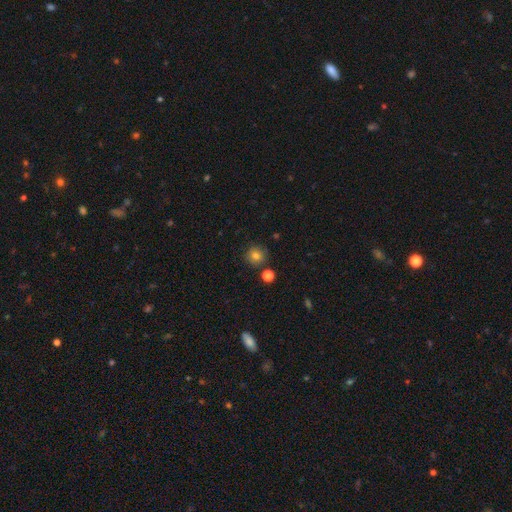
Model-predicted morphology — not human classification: smooth_or_featured: smooth (p=0.80) [alt: star or artifact p=0.13]
how_rounded: round (p=0.94) [alt: in between p=0.05]
merging: none (p=0.86) [alt: minor disturbance p=0.07]